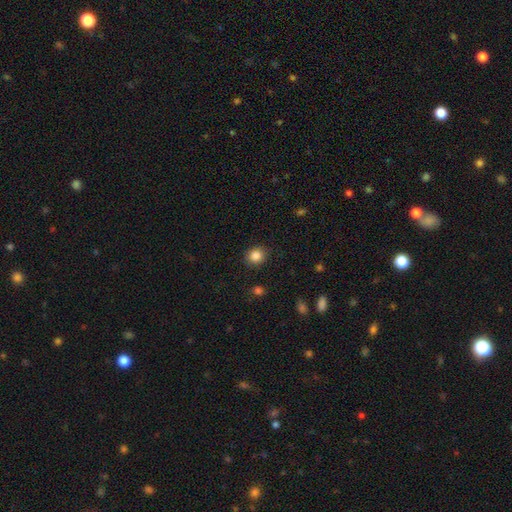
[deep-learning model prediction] A smooth galaxy with no disk features (85%) that is round (81%). Merging: none (88%).